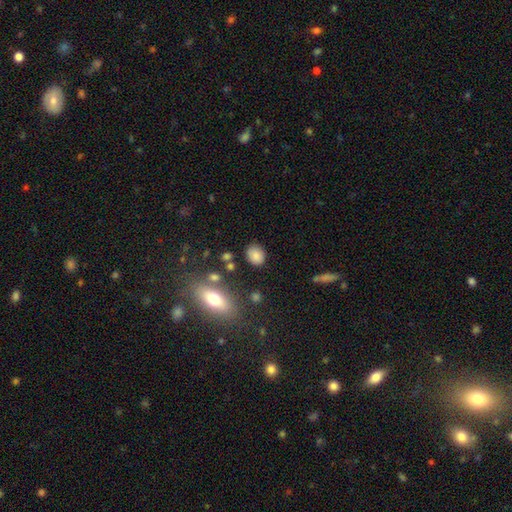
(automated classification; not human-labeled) Smooth or featured? Predicted: smooth (p=0.83). How rounded? Predicted: in between (p=0.49, tied with round). Merging? Predicted: none (p=0.81).